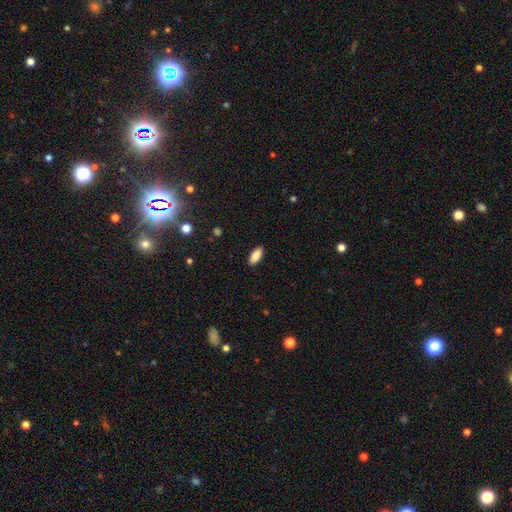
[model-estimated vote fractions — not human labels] Smooth or featured: smooth — 88% (star or artifact — 7%)
How rounded: in between — 85% (cigar-shaped — 13%)
Merging: none — 89% (minor disturbance — 8%)